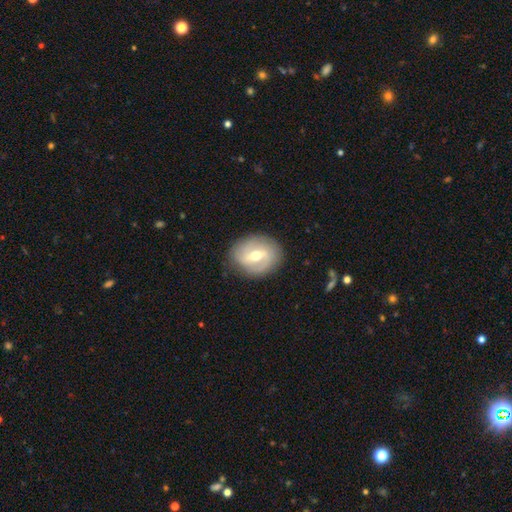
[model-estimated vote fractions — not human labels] This appears to be a featured or disk galaxy (65%) with a weak bar (49%), spiral arms (70%) and a moderate central bulge (71%). Merging: none (82%).